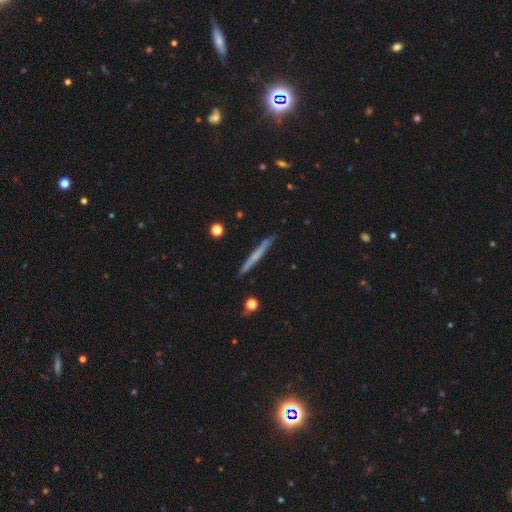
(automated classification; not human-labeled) Q: Smooth or featured?
A: smooth (49%); runner-up: featured or disk (46%)
Q: Merging?
A: none (90%); runner-up: minor disturbance (7%)